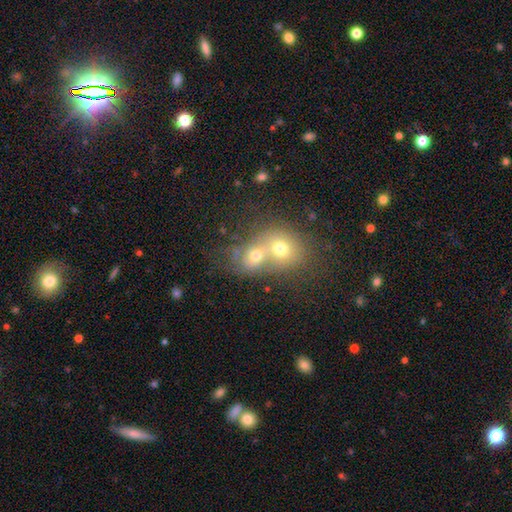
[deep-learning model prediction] Smooth or featured? Predicted: smooth (p=0.63). How rounded? Predicted: round (p=0.63). Merging? Predicted: merger (p=0.69).